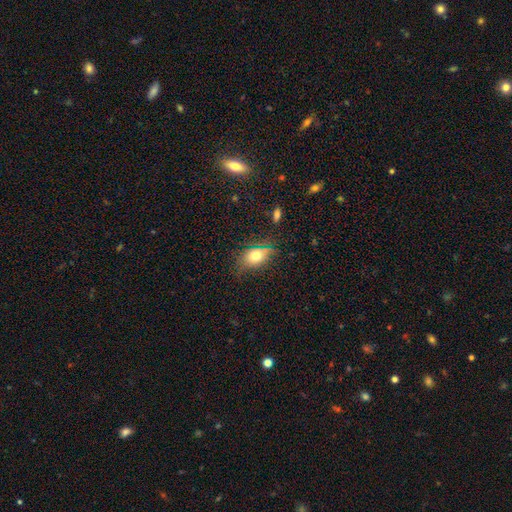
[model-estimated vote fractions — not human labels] A smooth galaxy with no disk features (71%) that is in between round and cigar-shaped (74%). Merging: none (73%).